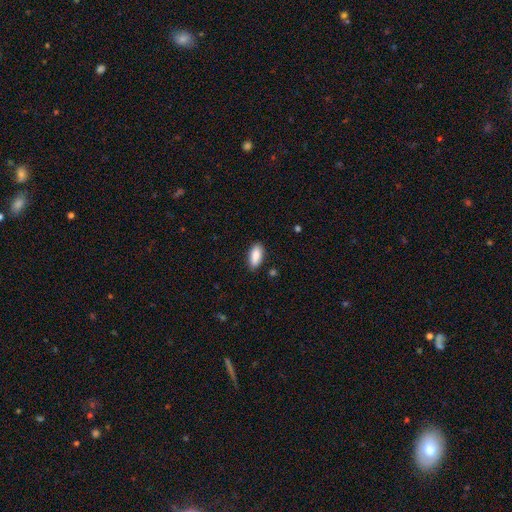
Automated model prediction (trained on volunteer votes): Smooth or featured? smooth (87%)
How rounded? in between (86%)
Merging? none (86%)